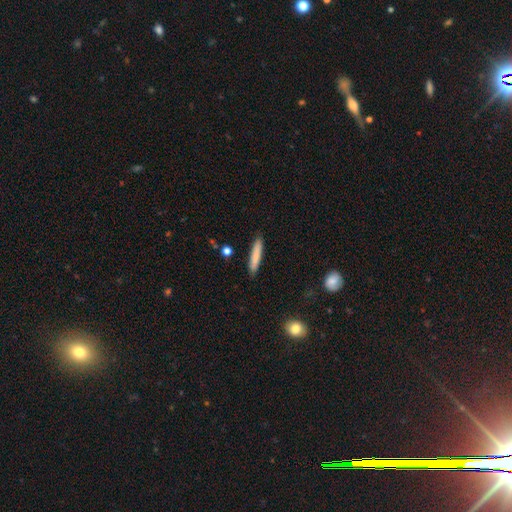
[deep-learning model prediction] This is likely a smooth galaxy (80%). How rounded: clearly cigar-shaped (92%). Merging: clearly none (89%).